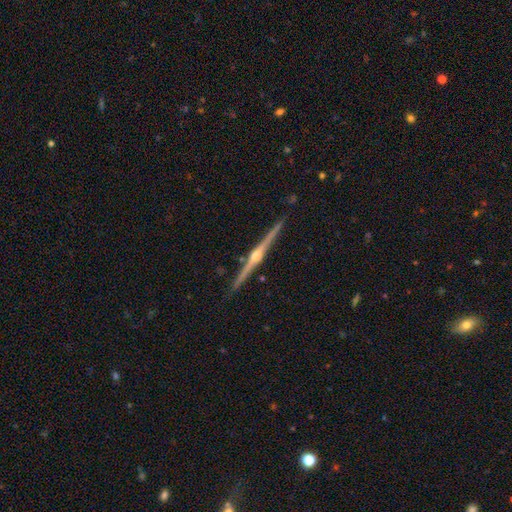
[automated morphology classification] This is clearly a featured or disk galaxy (88%). It is clearly viewed edge-on (99%). Edge-on bulge: clearly rounded (92%). Merging: clearly none (92%).